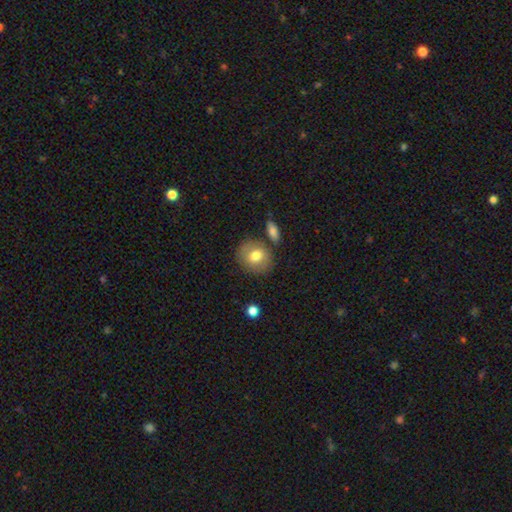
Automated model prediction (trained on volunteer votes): Smooth or featured: smooth — 73% (featured or disk — 20%)
How rounded: round — 72% (in between — 27%)
Merging: none — 76% (minor disturbance — 12%)